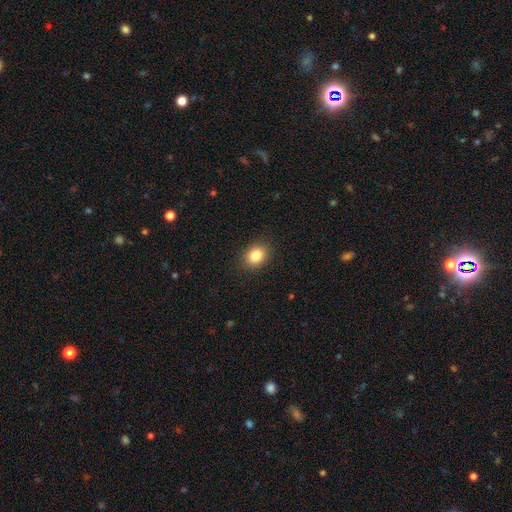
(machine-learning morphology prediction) This is clearly a smooth galaxy (85%). How rounded: possibly in between (53%). Merging: clearly none (89%).